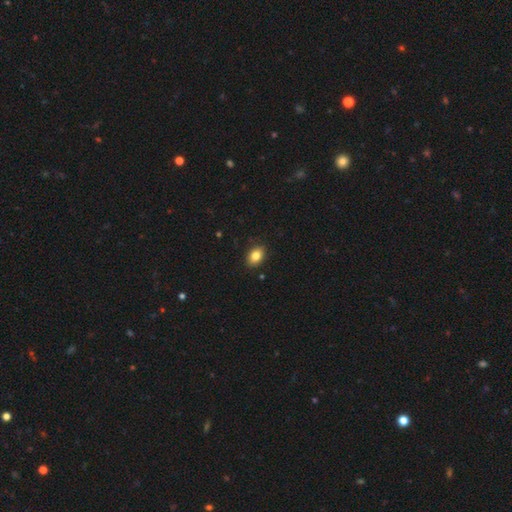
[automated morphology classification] A smooth galaxy with no disk features (84%) that is in between round and cigar-shaped (79%). Merging: none (89%).